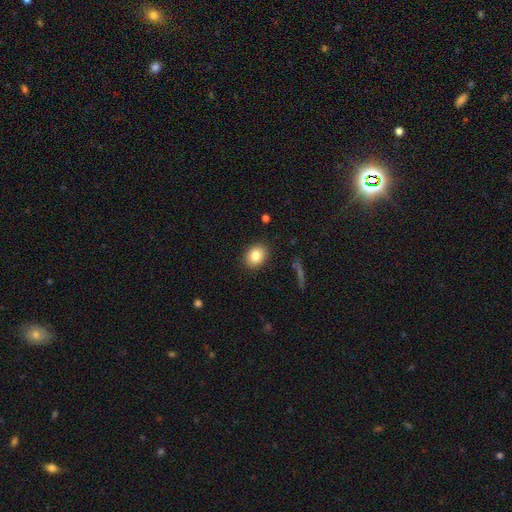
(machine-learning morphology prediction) This appears to be a smooth galaxy with no disk features (82%) that is round (51%). Merging: none (89%).